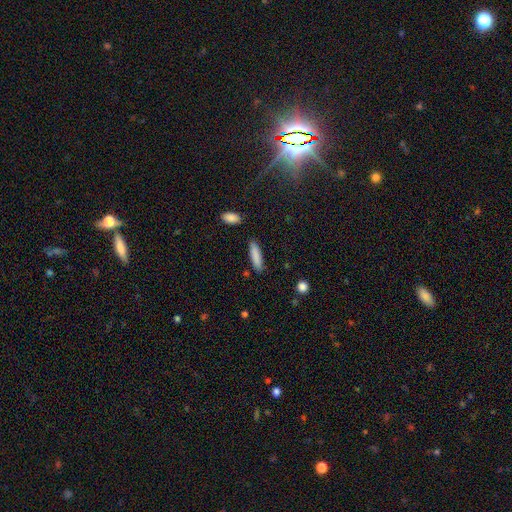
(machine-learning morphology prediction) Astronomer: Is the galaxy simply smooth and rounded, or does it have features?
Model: smooth — 85%.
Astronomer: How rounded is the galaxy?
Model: cigar-shaped — 72%.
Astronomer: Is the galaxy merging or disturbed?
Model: none — 85%.